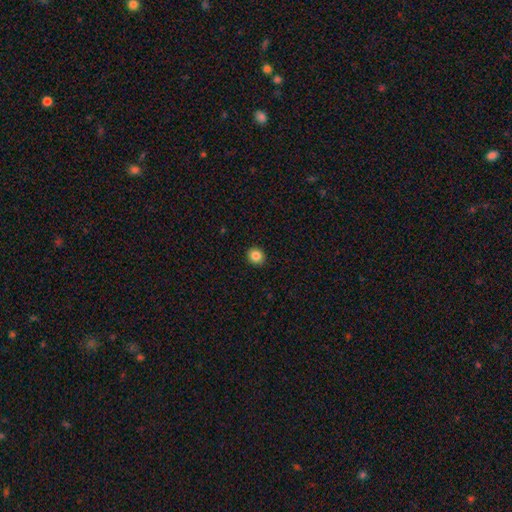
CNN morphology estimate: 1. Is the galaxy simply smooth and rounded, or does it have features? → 86% smooth, 10% star or artifact, 4% featured or disk.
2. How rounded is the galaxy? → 76% round, 23% in between, 1% cigar-shaped.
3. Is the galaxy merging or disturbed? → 92% none, 5% minor disturbance, 2% major disturbance, 1% merger.